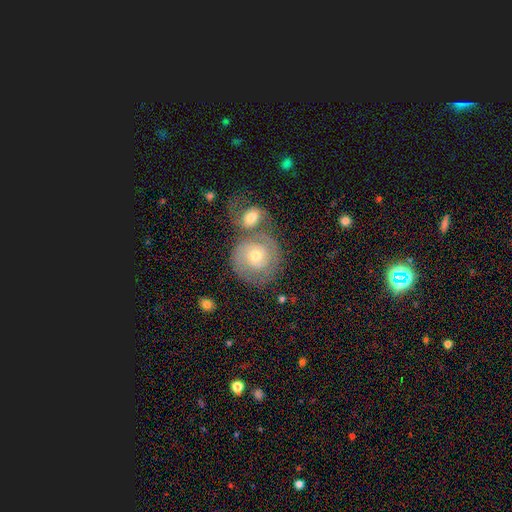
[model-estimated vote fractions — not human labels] Overall: featured or disk (71%). Edge-on disk: no (97%). Bar: no (77%). Spiral arms: yes (88%). Spiral arm count: 2 (68%). Spiral winding: tight (65%; medium 27%). Bulge size: moderate (54%; small 41%). Merging: none (47%; merger 34%).